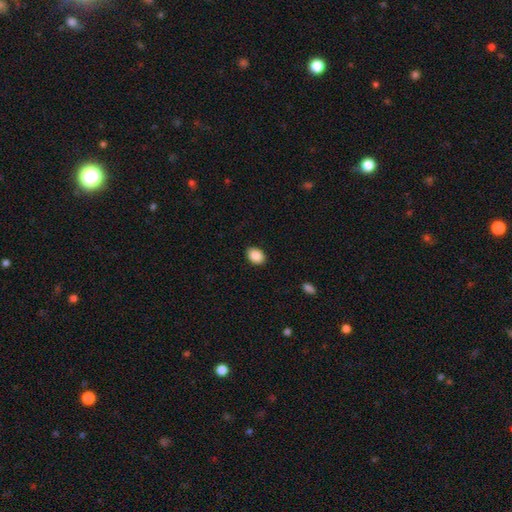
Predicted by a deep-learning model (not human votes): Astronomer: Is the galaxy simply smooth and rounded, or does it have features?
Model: smooth — 89%.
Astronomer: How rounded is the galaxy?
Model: in between — 74%.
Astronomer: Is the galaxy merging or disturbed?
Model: none — 89%.